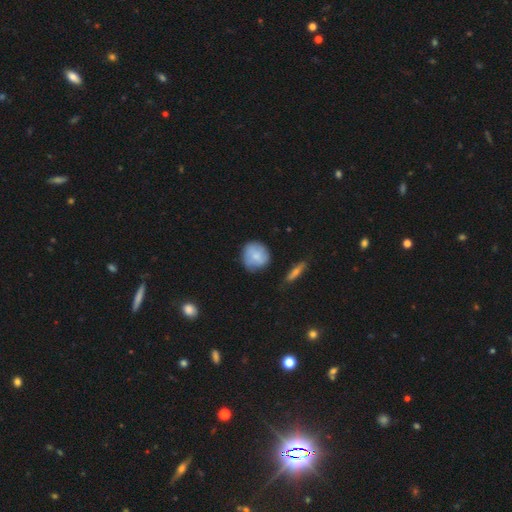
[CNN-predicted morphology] smooth 72%, featured or disk 21%, star or artifact 7%. Down the decision tree: how rounded — round (83%); merging — none (70%).